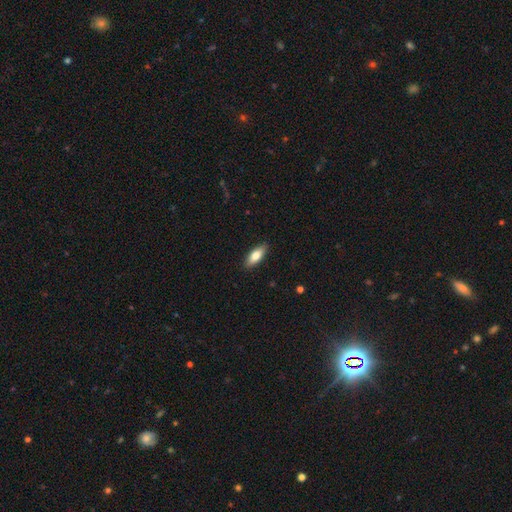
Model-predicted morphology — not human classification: Overall: smooth (76%). How rounded: in between (72%). Merging: none (89%).